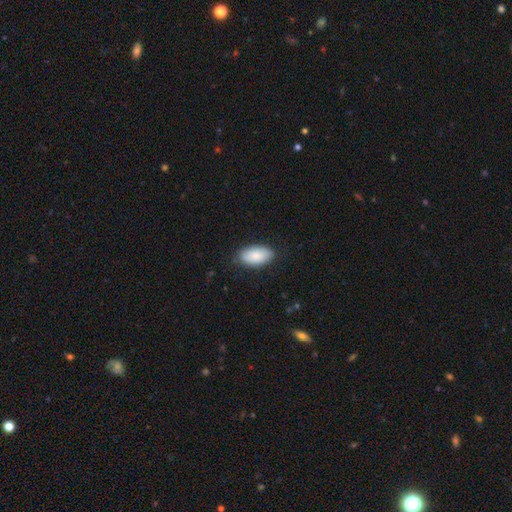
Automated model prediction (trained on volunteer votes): A smooth galaxy with no disk features (86%) that is in between round and cigar-shaped (95%). Merging: none (84%).